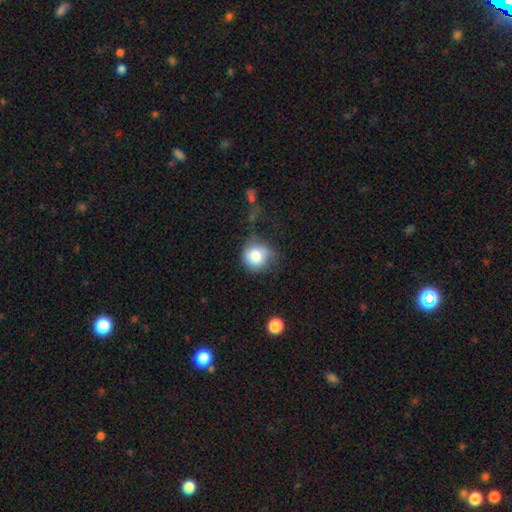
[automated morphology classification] Smooth or featured?
  - smooth: 78% *
  - featured or disk: 13%
  - star or artifact: 9%
How rounded?
  - round: 86% *
  - in between: 13%
  - cigar-shaped: 1%
Merging?
  - none: 45% *
  - minor disturbance: 30%
  - major disturbance: 21%
  - merger: 4%